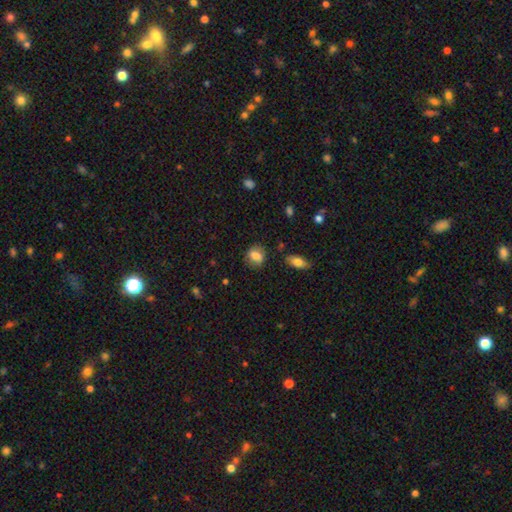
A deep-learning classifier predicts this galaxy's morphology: smooth 78%, featured or disk 13%, star or artifact 9%. Down the decision tree: how rounded — in between (55%); merging — none (73%).